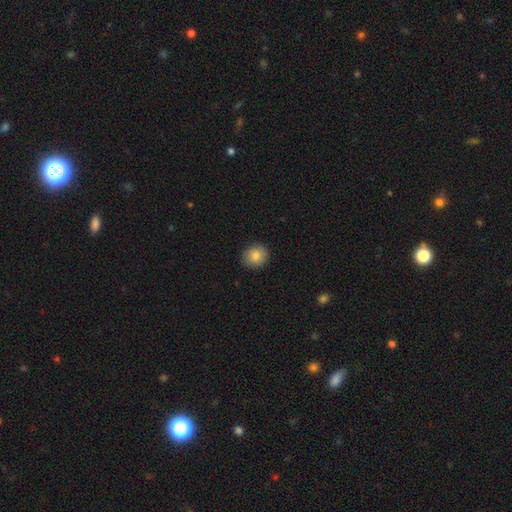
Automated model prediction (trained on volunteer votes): Smooth or featured?
  - smooth: 85% *
  - star or artifact: 8%
  - featured or disk: 7%
How rounded?
  - round: 78% *
  - in between: 21%
  - cigar-shaped: 1%
Merging?
  - none: 89% *
  - minor disturbance: 8%
  - major disturbance: 2%
  - merger: 1%